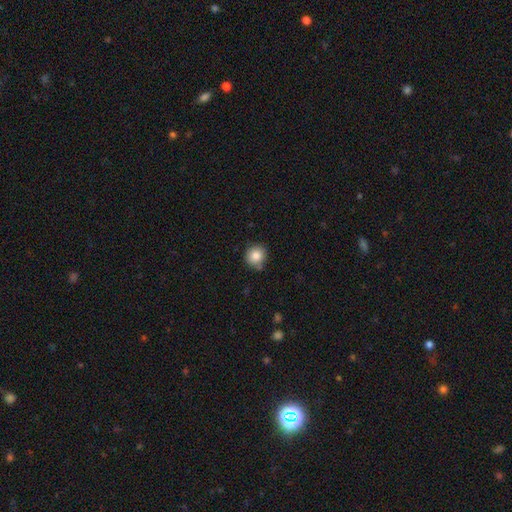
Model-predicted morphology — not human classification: This appears to be a smooth galaxy with no disk features (85%) that is round (88%). Merging: none (80%).